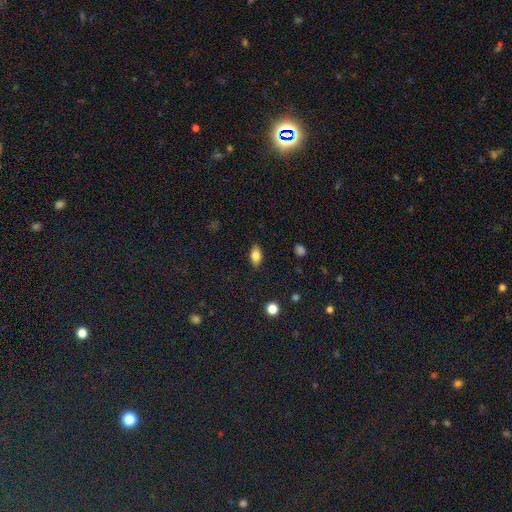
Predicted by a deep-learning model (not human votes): Overall: smooth (80%). How rounded: in between (88%). Merging: none (87%).